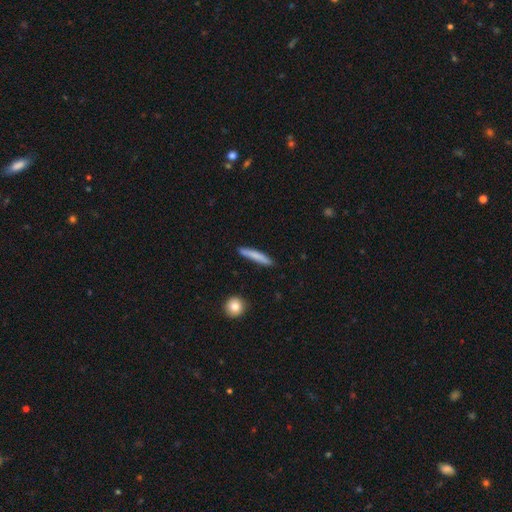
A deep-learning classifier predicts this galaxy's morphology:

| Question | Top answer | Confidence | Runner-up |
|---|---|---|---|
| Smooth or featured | smooth | 76% | featured or disk (19%) |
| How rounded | cigar-shaped | 93% | in between (5%) |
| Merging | none | 85% | minor disturbance (11%) |